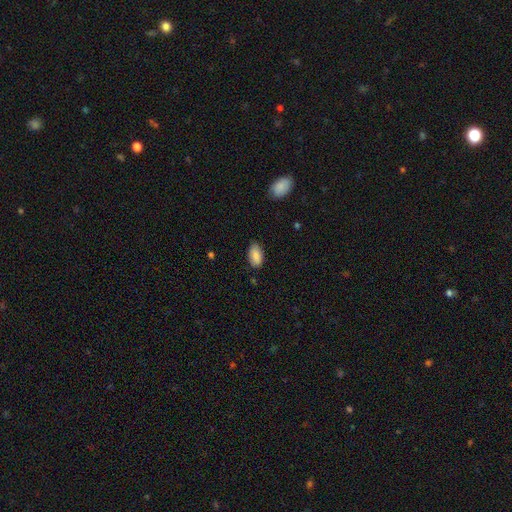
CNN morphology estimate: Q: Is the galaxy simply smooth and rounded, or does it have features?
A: smooth — 86%.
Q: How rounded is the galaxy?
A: in between — 94%.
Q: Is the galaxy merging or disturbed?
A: none — 80%.